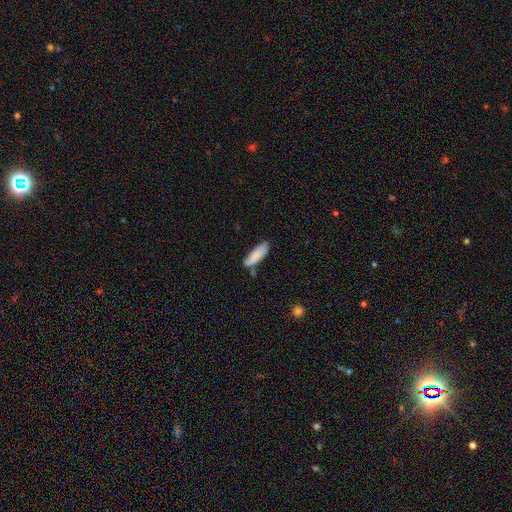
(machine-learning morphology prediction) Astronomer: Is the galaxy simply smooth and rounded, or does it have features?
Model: smooth — 85%.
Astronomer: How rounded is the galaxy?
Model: cigar-shaped — 50% (runner-up: in between, 49%).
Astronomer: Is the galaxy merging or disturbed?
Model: none — 65%.